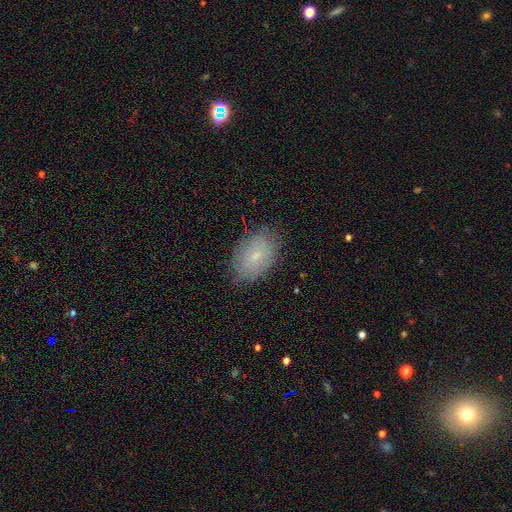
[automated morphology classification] Smooth or featured? Predicted: smooth (p=0.68). How rounded? Predicted: in between (p=0.89). Merging? Predicted: none (p=0.81).